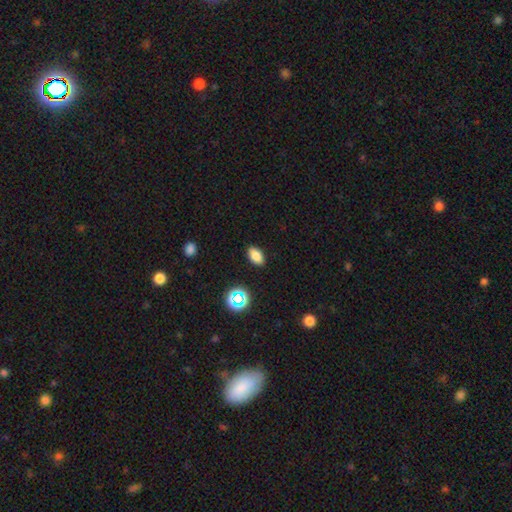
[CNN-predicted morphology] Smooth or featured? Predicted: smooth (p=0.80). How rounded? Predicted: in between (p=0.90). Merging? Predicted: none (p=0.88).